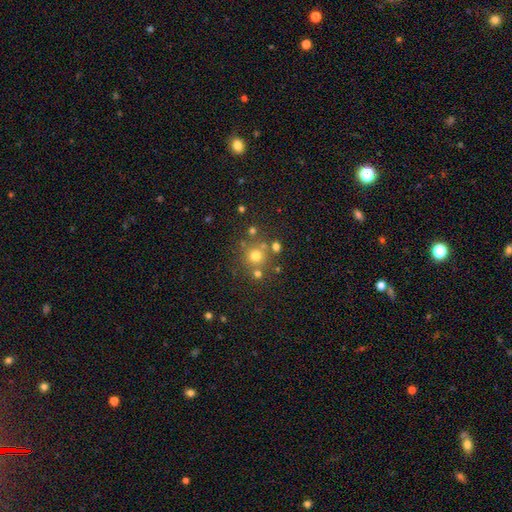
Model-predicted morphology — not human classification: A smooth galaxy with no disk features (68%) that is round (92%). Merging: none (71%).